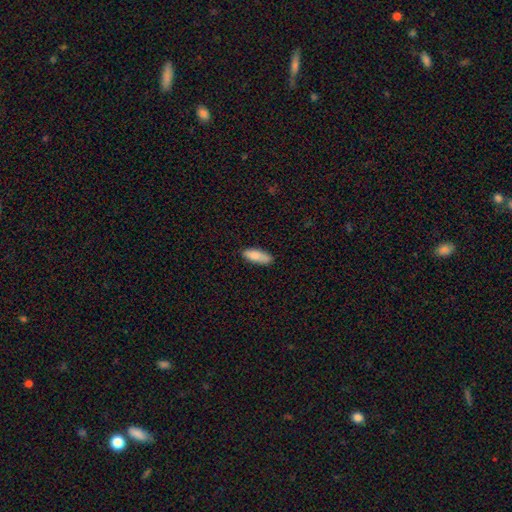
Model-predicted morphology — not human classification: smooth_or_featured: smooth (p=0.86) [alt: featured or disk p=0.08]
how_rounded: in between (p=0.71) [alt: cigar-shaped p=0.27]
merging: none (p=0.80) [alt: minor disturbance p=0.16]